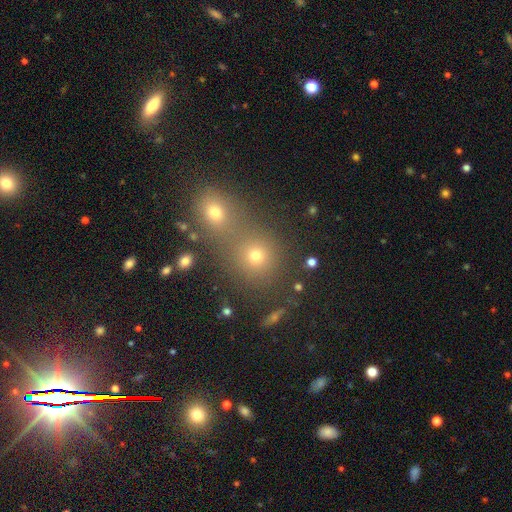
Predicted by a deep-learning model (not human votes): smooth-or-featured: smooth: 69% | star or artifact: 21% | featured or disk: 10%
  how-rounded: round: 82% | in between: 17% | cigar-shaped: 1%
  merging: none: 49% | merger: 41% | minor disturbance: 7% | major disturbance: 3%